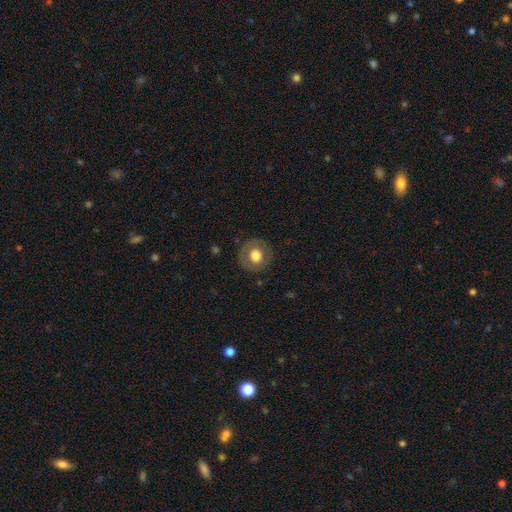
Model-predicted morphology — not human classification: Smooth or featured: smooth — 63% (featured or disk — 29%)
How rounded: round — 89% (in between — 10%)
Merging: none — 85% (minor disturbance — 10%)